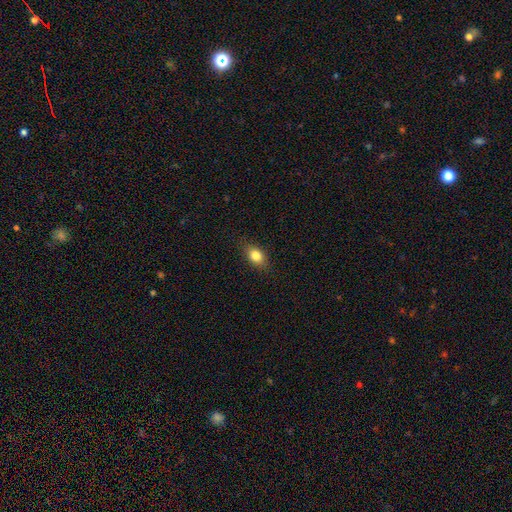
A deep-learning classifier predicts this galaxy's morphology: The model was most divided on "how rounded": in between: 77%, round: 19%, cigar-shaped: 4%. More confident: merging — none (84%); smooth or featured — smooth (82%).